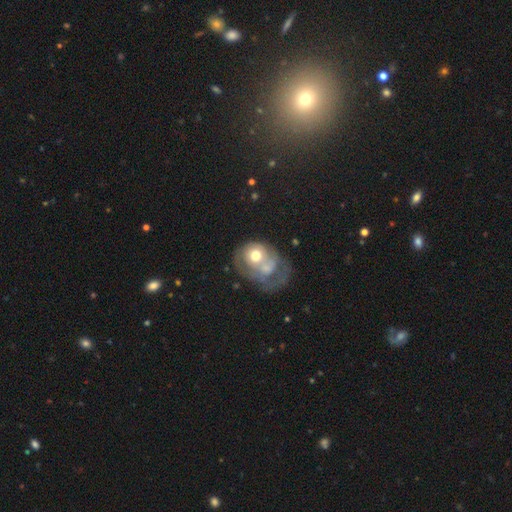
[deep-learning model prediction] This is possibly a smooth galaxy (47%). Merging: possibly merger (47%).